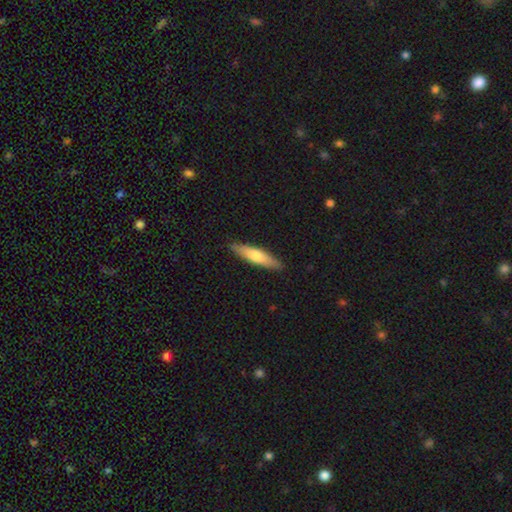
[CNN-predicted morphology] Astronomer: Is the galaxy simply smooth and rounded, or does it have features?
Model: smooth — 64%.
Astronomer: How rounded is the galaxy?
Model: cigar-shaped — 78%.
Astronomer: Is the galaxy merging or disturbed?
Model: none — 89%.